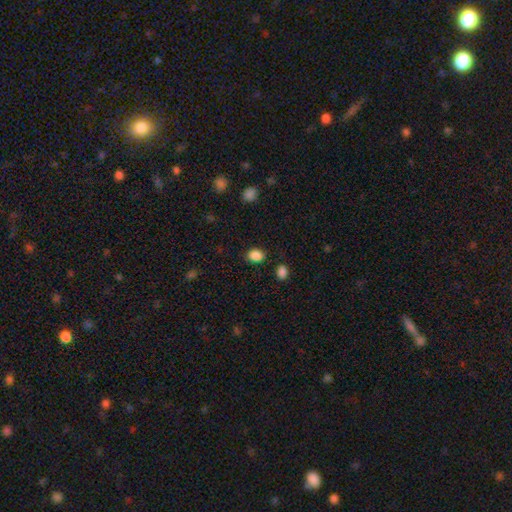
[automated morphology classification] smooth 88%, star or artifact 9%, featured or disk 3%. Down the decision tree: how rounded — in between (63%); merging — none (85%).